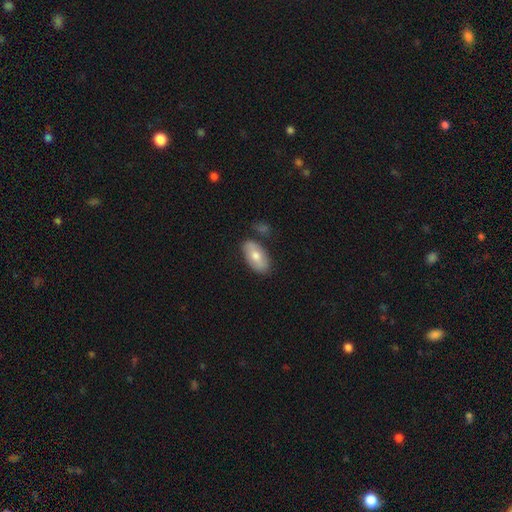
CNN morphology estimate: smooth_or_featured: smooth (p=0.71) [alt: featured or disk p=0.23]
how_rounded: in between (p=0.94) [alt: round p=0.03]
merging: none (p=0.74) [alt: minor disturbance p=0.15]